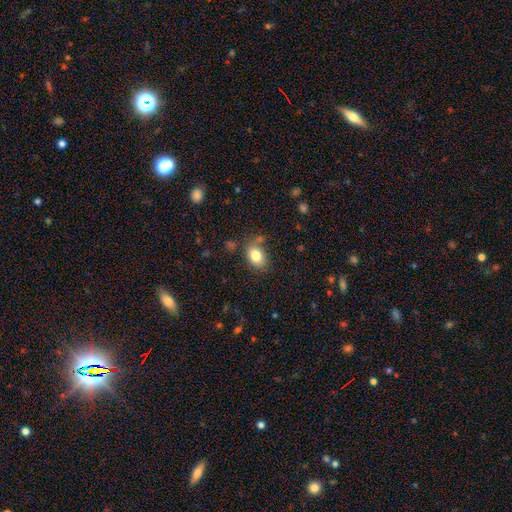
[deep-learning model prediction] Smooth or featured? smooth (81%)
How rounded? in between (72%)
Merging? none (69%)